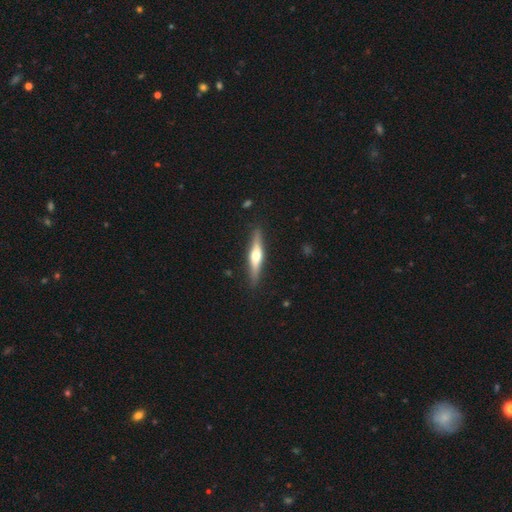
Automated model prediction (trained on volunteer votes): Q: Smooth or featured?
A: featured or disk (59%); runner-up: smooth (35%)
Q: Edge-on disk?
A: yes (96%); runner-up: no (4%)
Q: Edge-on bulge?
A: rounded (92%); runner-up: boxy (4%)
Q: Merging?
A: none (89%); runner-up: minor disturbance (8%)